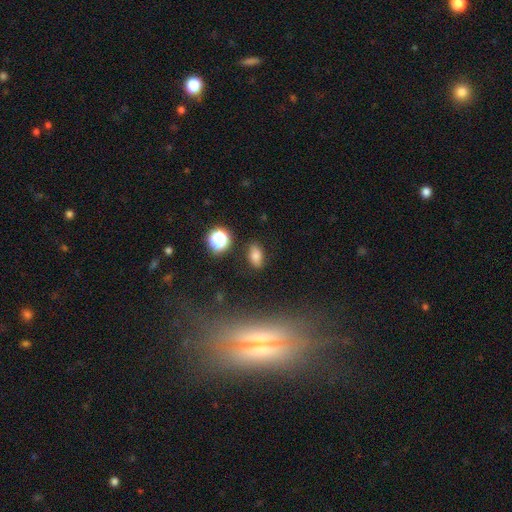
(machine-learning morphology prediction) The model was most divided on "smooth or featured": smooth: 75%, star or artifact: 16%, featured or disk: 10%. More confident: how rounded — in between (86%); merging — none (84%).